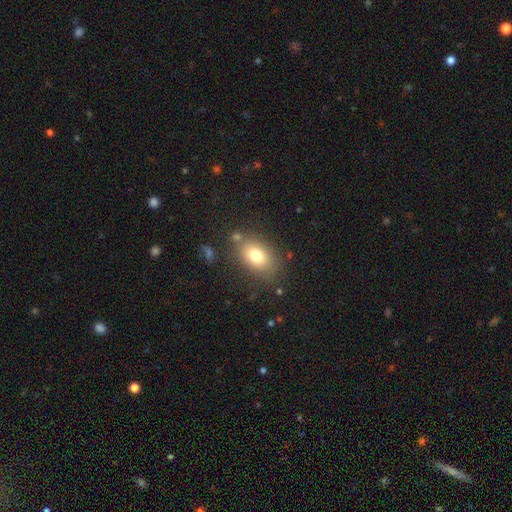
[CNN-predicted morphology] A smooth galaxy with no disk features (76%) that is in between round and cigar-shaped (82%).

Vote fractions:
- Smooth or featured? smooth: 76% / featured or disk: 14% / star or artifact: 10%
- How rounded? in between: 82% / round: 16% / cigar-shaped: 2%
- Merging? none: 76% / minor disturbance: 13% / merger: 5% / major disturbance: 5%